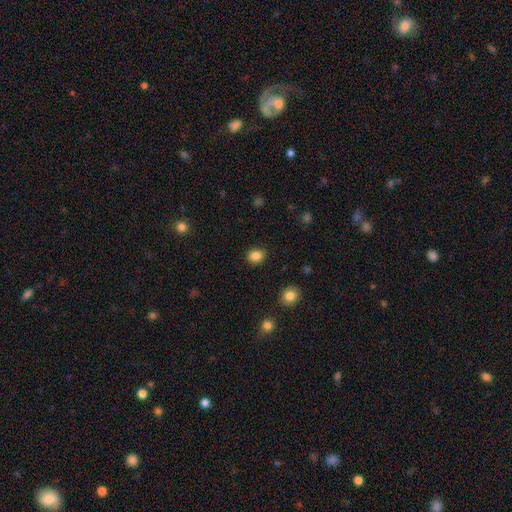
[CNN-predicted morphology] Overall: smooth (86%). How rounded: round (50%; in between 49%). Merging: none (88%).